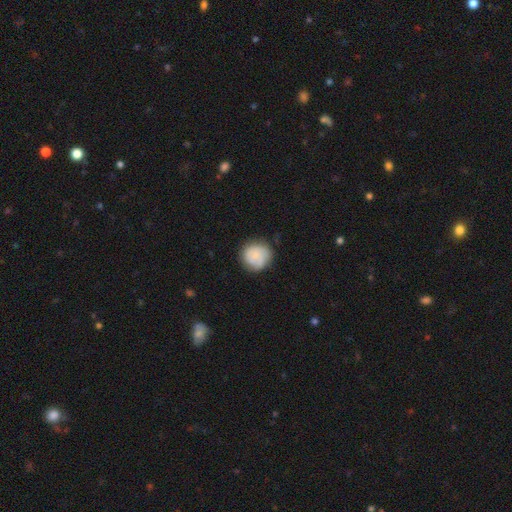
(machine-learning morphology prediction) This appears to be a smooth galaxy with no disk features (74%) that is round (91%). Merging: none (76%).